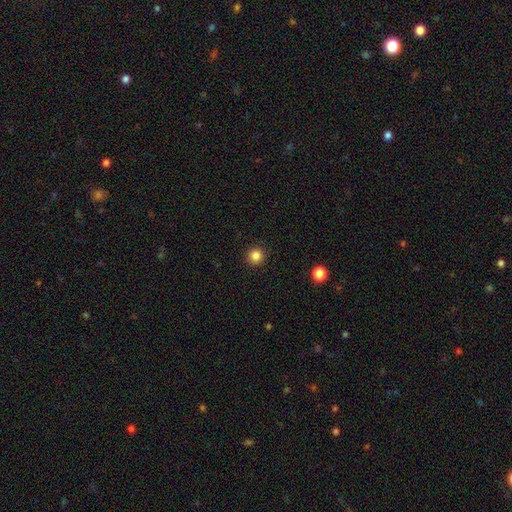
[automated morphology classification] The model was most divided on "smooth or featured": smooth: 85%, star or artifact: 12%, featured or disk: 4%. More confident: how rounded — round (95%); merging — none (92%).